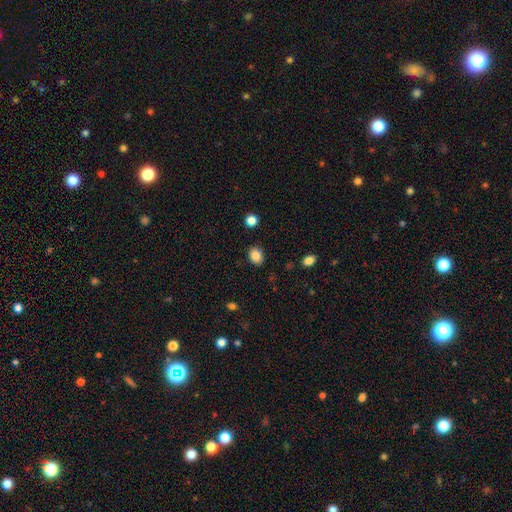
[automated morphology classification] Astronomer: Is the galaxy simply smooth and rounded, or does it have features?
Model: smooth — 85%.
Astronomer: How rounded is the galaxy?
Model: in between — 53% (runner-up: round, 46%).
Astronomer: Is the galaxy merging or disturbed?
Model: none — 89%.